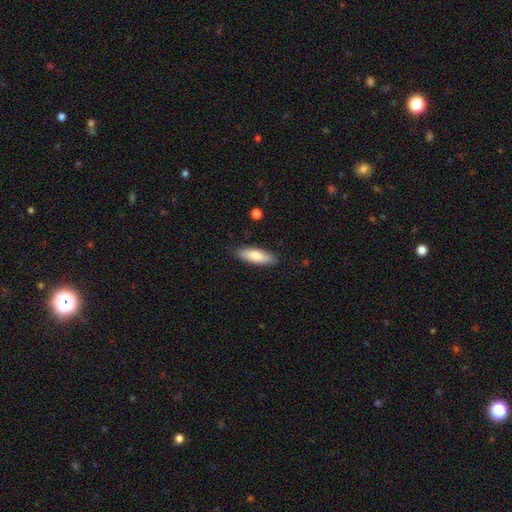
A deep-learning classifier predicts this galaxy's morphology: smooth 81%, featured or disk 14%, star or artifact 6%. Down the decision tree: how rounded — in between (56%); merging — none (86%).